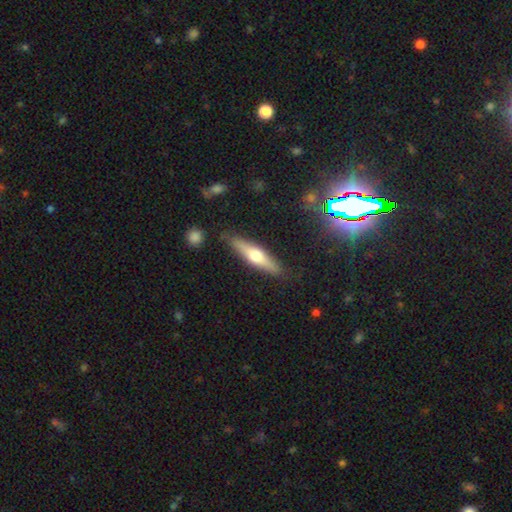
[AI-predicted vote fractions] Smooth or featured? Predicted: featured or disk (p=0.49). Merging? Predicted: none (p=0.85).